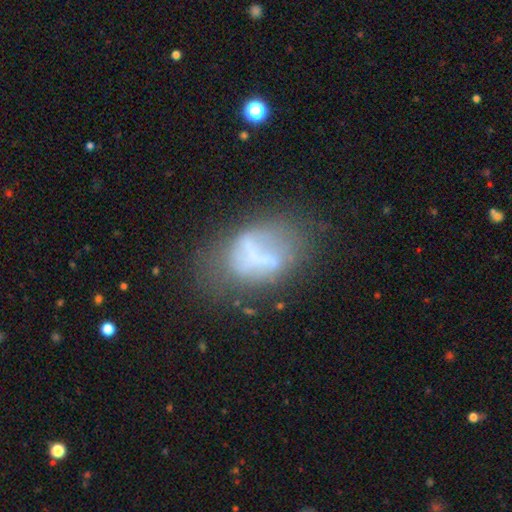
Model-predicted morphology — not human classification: smooth_or_featured: featured or disk (p=0.48) [alt: smooth p=0.38]
merging: none (p=0.41) [alt: major disturbance p=0.25]